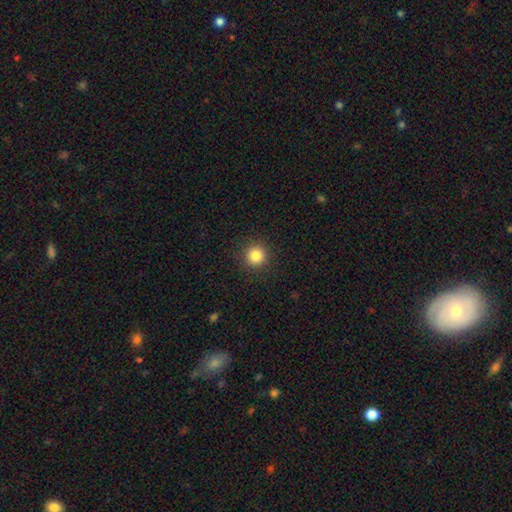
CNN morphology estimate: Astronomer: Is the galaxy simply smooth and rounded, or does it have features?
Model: smooth — 84%.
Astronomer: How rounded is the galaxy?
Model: round — 95%.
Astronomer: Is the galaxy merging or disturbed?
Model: none — 92%.